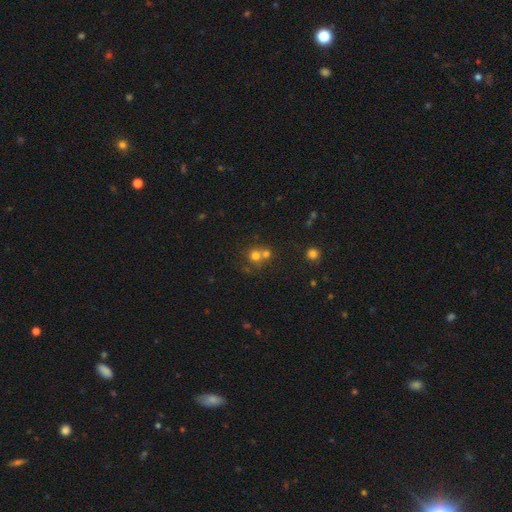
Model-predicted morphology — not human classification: This appears to be a smooth galaxy with no disk features (70%) that is round (87%). Merging: none (46%).